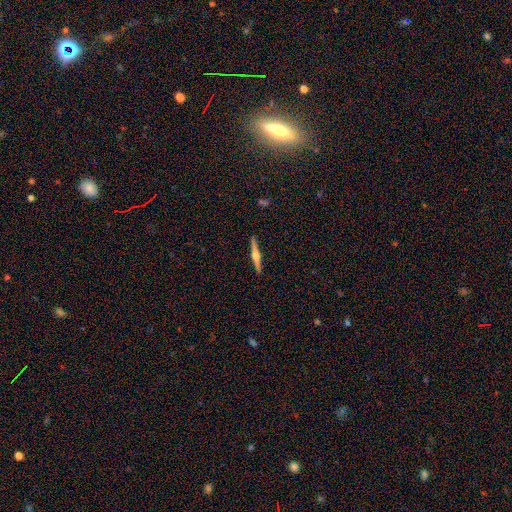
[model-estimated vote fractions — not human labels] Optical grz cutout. It shows a featured or disk galaxy (74%) viewed edge-on (98%) with a rounded central bulge (92%). Merging: none (92%).